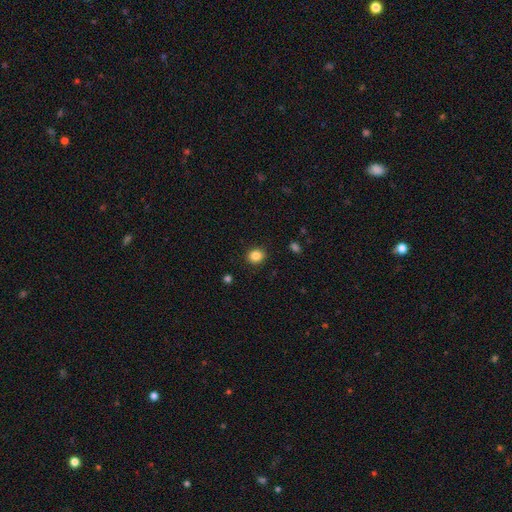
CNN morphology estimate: A smooth galaxy with no disk features (85%) that is round (72%). Merging: none (90%).